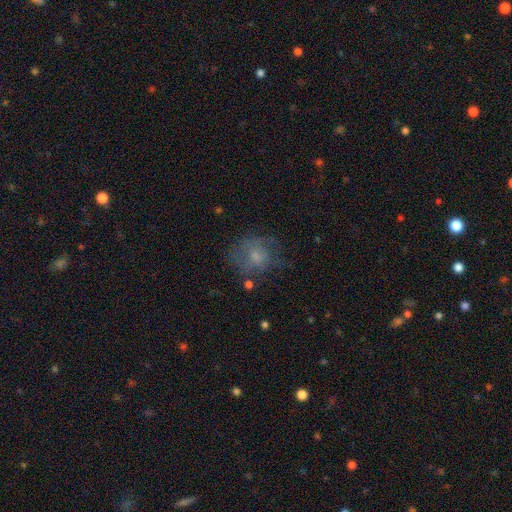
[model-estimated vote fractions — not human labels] Smooth or featured? Predicted: smooth (p=0.50). How rounded? Predicted: round (p=0.69). Merging? Predicted: none (p=0.50).